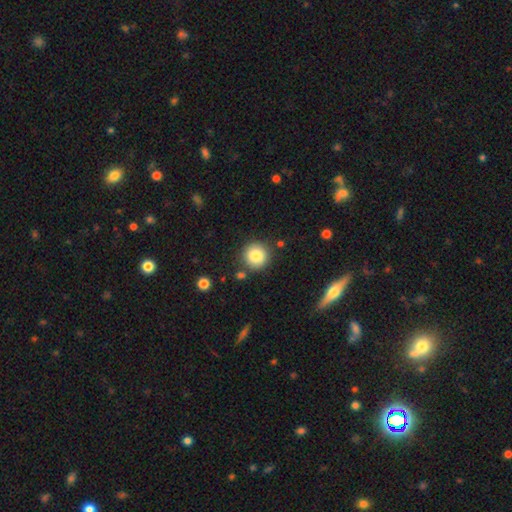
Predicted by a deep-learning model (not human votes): Smooth or featured? Predicted: smooth (p=0.85). How rounded? Predicted: round (p=0.93). Merging? Predicted: none (p=0.85).